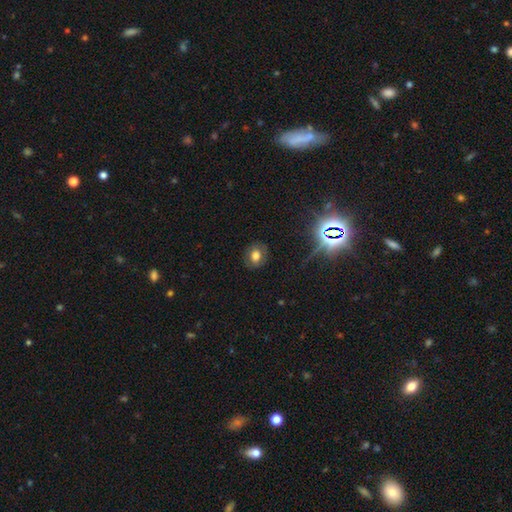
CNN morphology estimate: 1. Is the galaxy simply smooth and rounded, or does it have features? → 65% smooth, 20% featured or disk, 15% star or artifact.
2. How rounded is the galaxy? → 58% round, 41% in between, 1% cigar-shaped.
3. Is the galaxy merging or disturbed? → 84% none, 11% minor disturbance, 4% major disturbance, 1% merger.